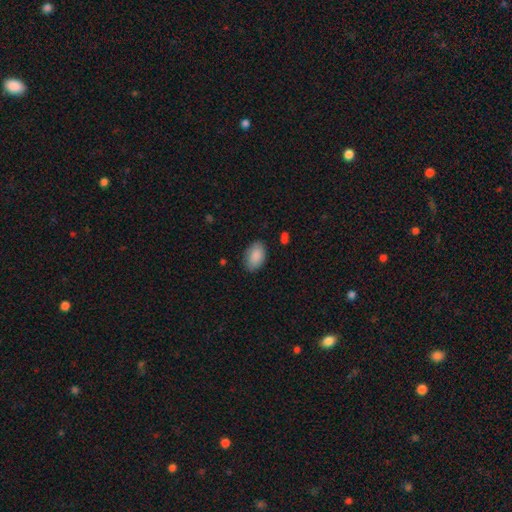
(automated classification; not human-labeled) Smooth or featured: smooth — 89% (star or artifact — 6%)
How rounded: in between — 91% (round — 8%)
Merging: none — 83% (minor disturbance — 12%)